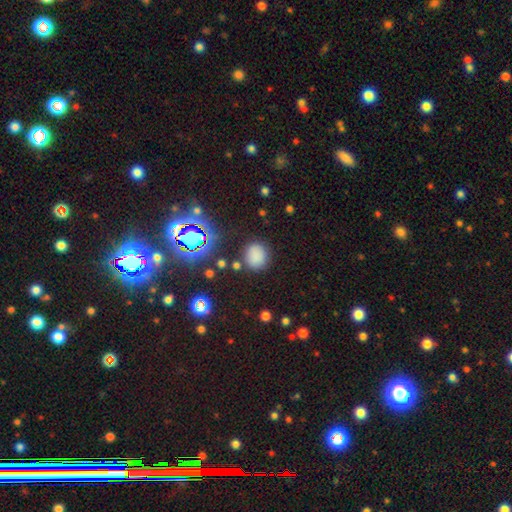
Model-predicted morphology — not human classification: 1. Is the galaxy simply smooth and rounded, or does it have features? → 78% smooth, 16% star or artifact, 6% featured or disk.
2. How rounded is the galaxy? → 77% round, 21% in between, 1% cigar-shaped.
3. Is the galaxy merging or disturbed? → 81% none, 11% minor disturbance, 4% major disturbance, 3% merger.